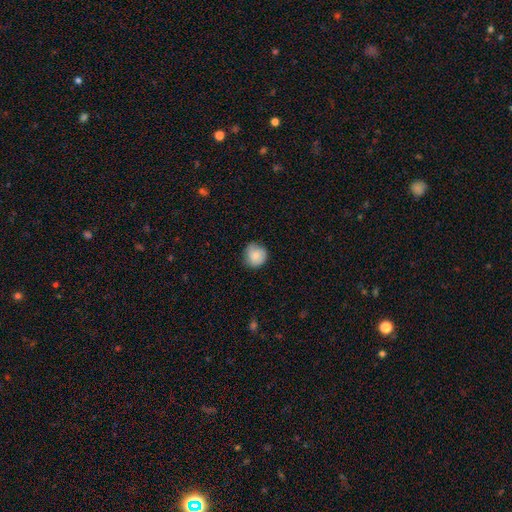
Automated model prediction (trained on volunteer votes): A smooth galaxy with no disk features (81%) that is round (89%). Merging: none (71%).